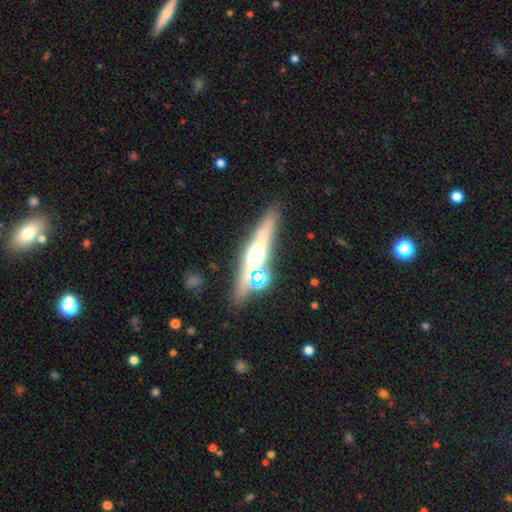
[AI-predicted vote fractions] The model was most divided on "smooth or featured": featured or disk: 59%, smooth: 30%, star or artifact: 11%. More confident: edge-on disk — yes (91%); edge-on bulge — rounded (91%); merging — none (80%).